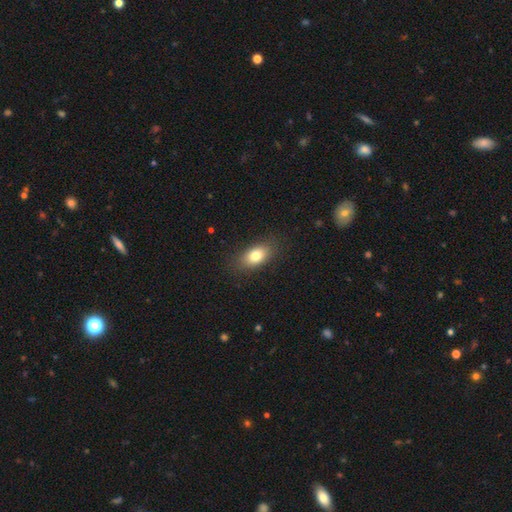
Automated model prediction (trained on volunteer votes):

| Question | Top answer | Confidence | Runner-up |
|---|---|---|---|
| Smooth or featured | smooth | 80% | featured or disk (12%) |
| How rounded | in between | 86% | round (10%) |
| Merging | none | 85% | minor disturbance (11%) |